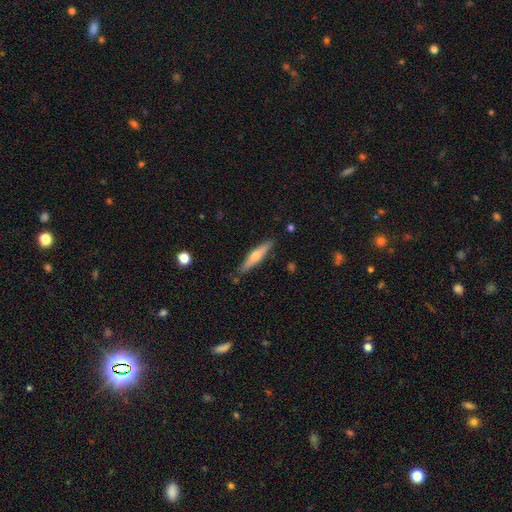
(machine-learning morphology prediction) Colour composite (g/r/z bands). It shows a featured or disk galaxy (50%) viewed edge-on (92%). Merging: none (84%).